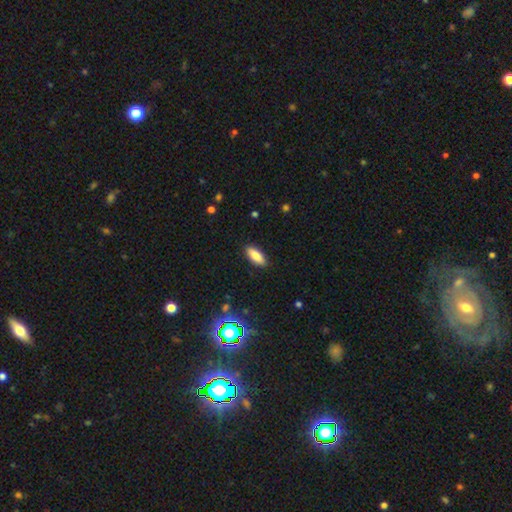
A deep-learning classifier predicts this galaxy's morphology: Overall: smooth (82%). How rounded: in between (74%). Merging: none (89%).